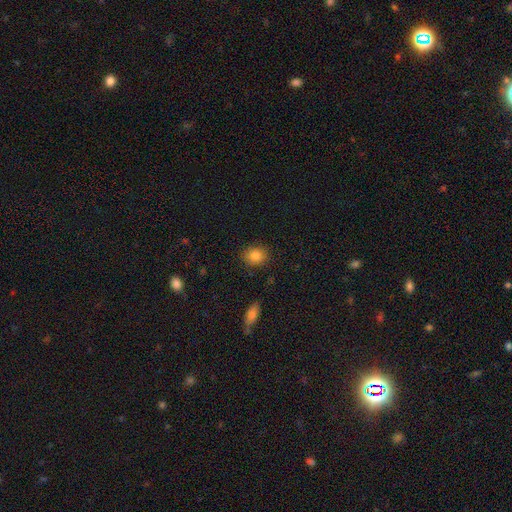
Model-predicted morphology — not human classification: Q: Smooth or featured?
A: smooth (84%); runner-up: star or artifact (10%)
Q: How rounded?
A: round (68%); runner-up: in between (31%)
Q: Merging?
A: none (87%); runner-up: minor disturbance (9%)